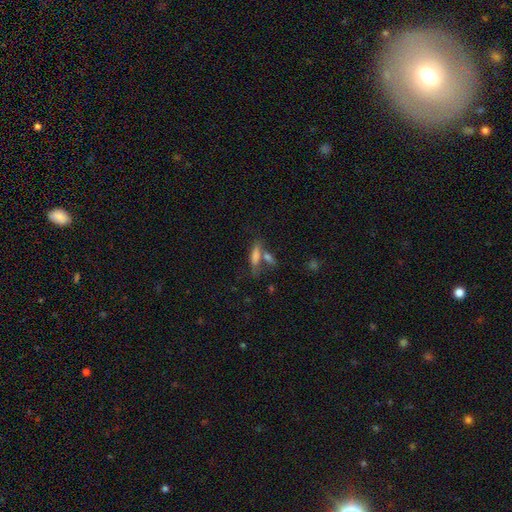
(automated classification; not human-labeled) smooth 69%, featured or disk 20%, star or artifact 10%. Down the decision tree: how rounded — cigar-shaped (64%); merging — none (50%).